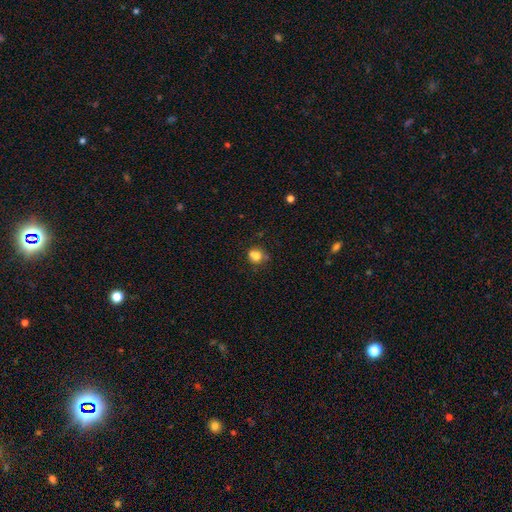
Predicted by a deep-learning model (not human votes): smooth_or_featured: smooth (p=0.78) [alt: star or artifact p=0.12]
how_rounded: round (p=0.72) [alt: in between p=0.27]
merging: none (p=0.59) [alt: minor disturbance p=0.22]